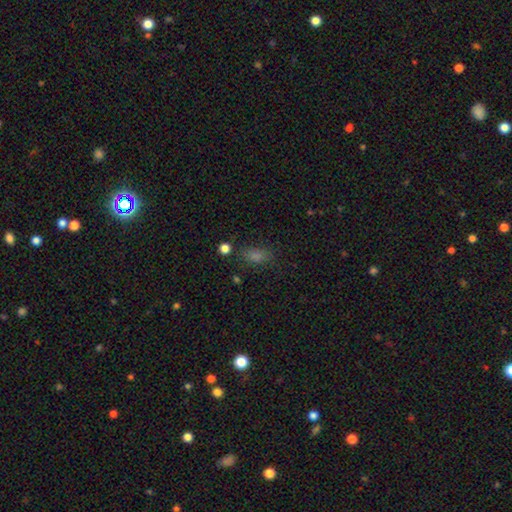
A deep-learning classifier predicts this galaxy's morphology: This appears to be a smooth galaxy with no disk features (65%) that is in between round and cigar-shaped (78%). Merging: none (78%).